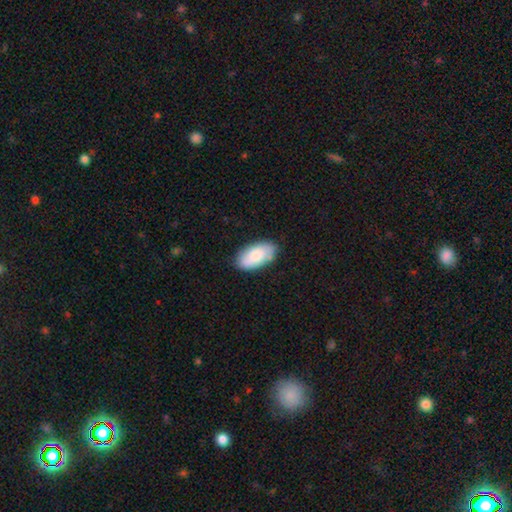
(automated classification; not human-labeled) smooth-or-featured: smooth: 79% | featured or disk: 15% | star or artifact: 6%
  how-rounded: in between: 94% | cigar-shaped: 3% | round: 3%
  merging: none: 80% | minor disturbance: 15% | major disturbance: 3% | merger: 2%